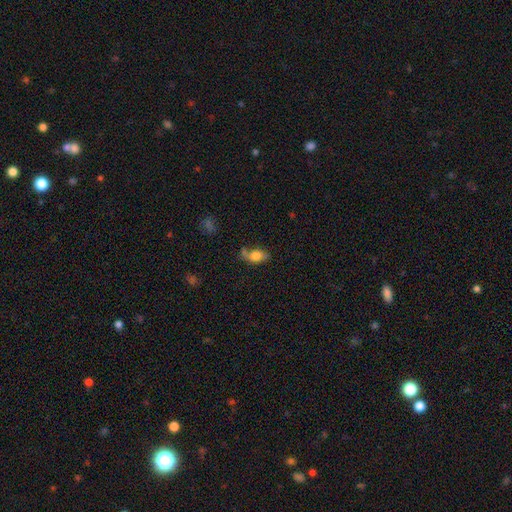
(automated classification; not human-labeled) Morphology: type=smooth (66%); roundness=in between (81%); merging=none (49%).